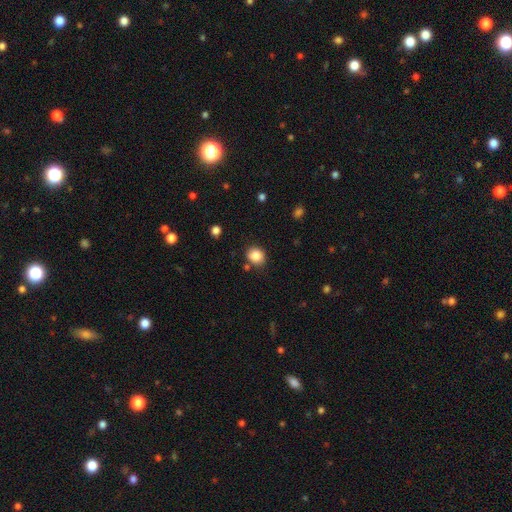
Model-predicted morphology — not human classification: Q: Smooth or featured?
A: smooth (85%); runner-up: star or artifact (10%)
Q: How rounded?
A: round (72%); runner-up: in between (27%)
Q: Merging?
A: none (81%); runner-up: minor disturbance (11%)